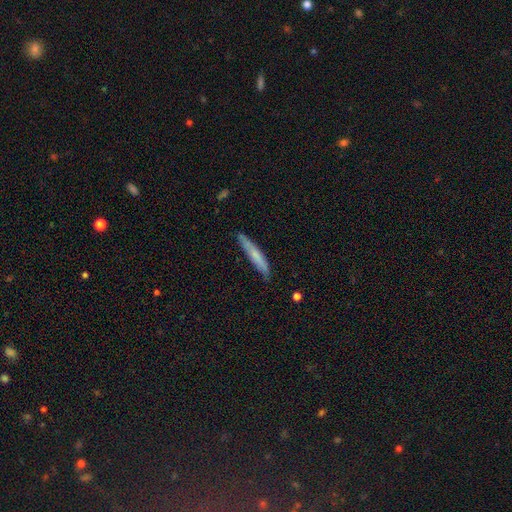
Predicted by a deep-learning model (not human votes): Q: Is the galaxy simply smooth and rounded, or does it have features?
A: smooth — 63%.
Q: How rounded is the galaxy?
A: cigar-shaped — 94%.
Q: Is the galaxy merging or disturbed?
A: none — 83%.